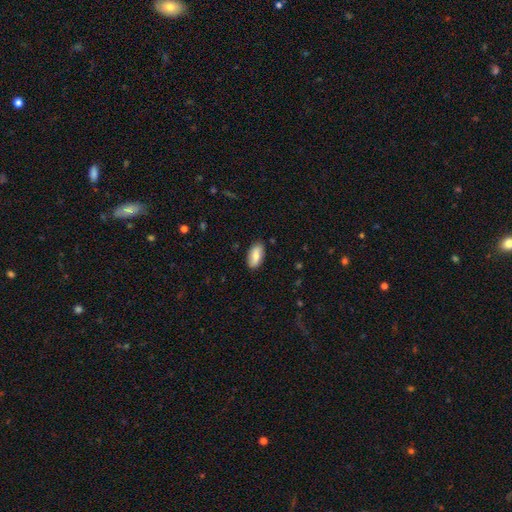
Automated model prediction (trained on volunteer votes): Q: Smooth or featured?
A: smooth (71%); runner-up: featured or disk (23%)
Q: How rounded?
A: in between (92%); runner-up: cigar-shaped (5%)
Q: Merging?
A: none (86%); runner-up: minor disturbance (11%)